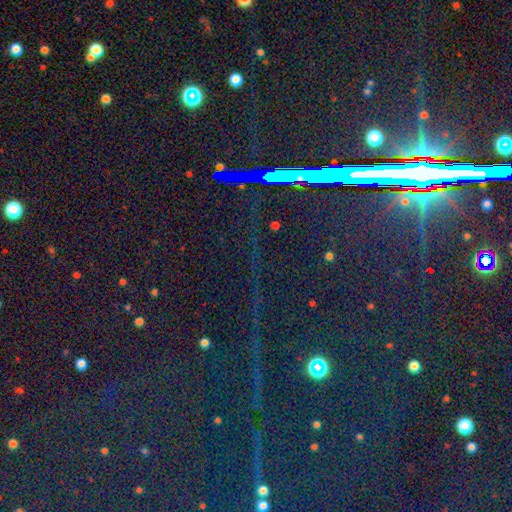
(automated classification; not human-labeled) Q: Smooth or featured?
A: star or artifact (87%); runner-up: smooth (6%)